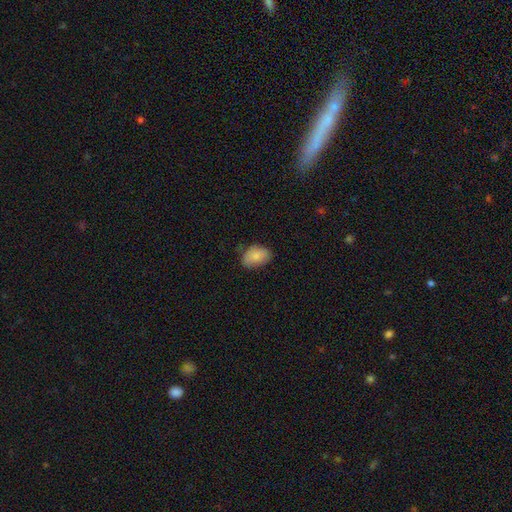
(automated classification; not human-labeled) smooth 84%, featured or disk 9%, star or artifact 7%. Down the decision tree: how rounded — in between (86%); merging — none (68%).